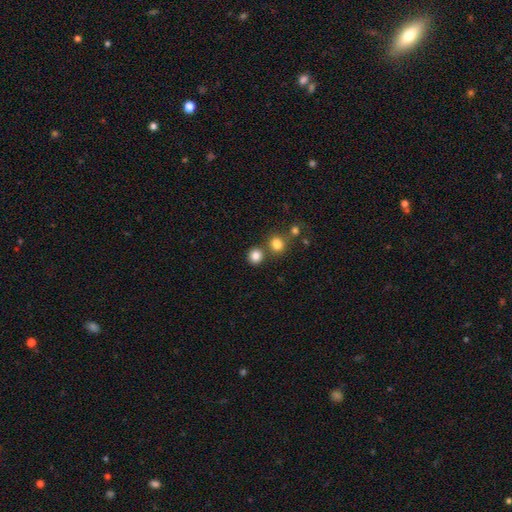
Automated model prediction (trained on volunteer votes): Smooth or featured? Predicted: smooth (p=0.82). How rounded? Predicted: round (p=0.88). Merging? Predicted: none (p=0.74).